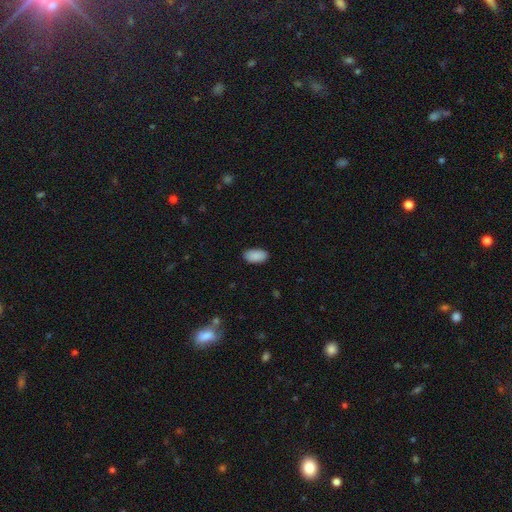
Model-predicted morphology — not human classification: A smooth galaxy with no disk features (90%) that is in between round and cigar-shaped (95%). Merging: none (87%).